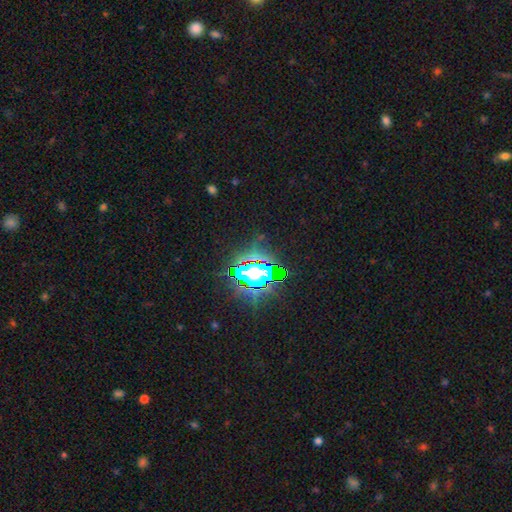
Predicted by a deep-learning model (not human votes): A star or artifact, not a galaxy (73%).

Vote fractions:
- Smooth or featured? star or artifact: 73% / smooth: 14% / featured or disk: 13%